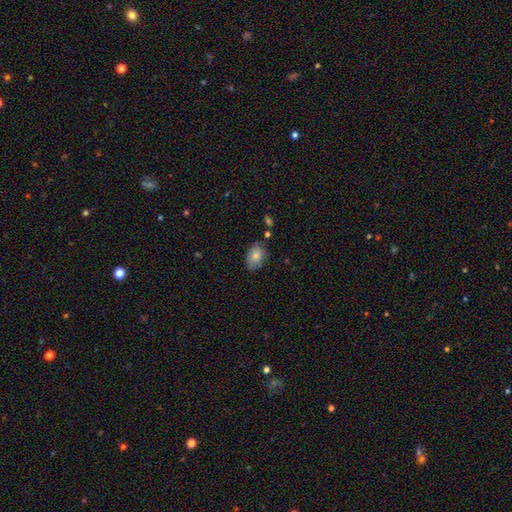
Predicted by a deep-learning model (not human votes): This is clearly a smooth galaxy (82%). How rounded: clearly in between (85%). Merging: likely none (77%).